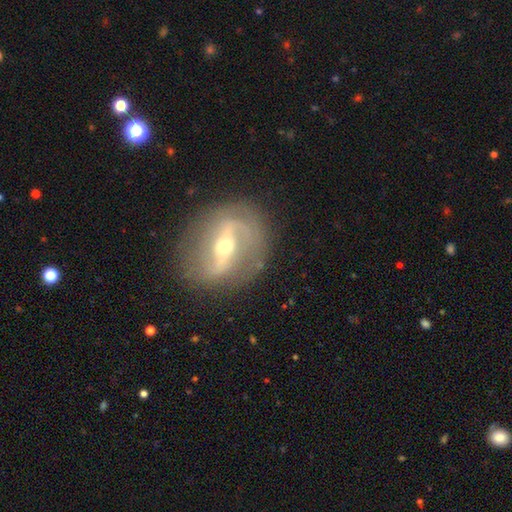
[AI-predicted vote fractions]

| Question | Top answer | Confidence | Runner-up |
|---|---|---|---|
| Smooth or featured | featured or disk | 82% | smooth (10%) |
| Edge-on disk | no | 90% | yes (10%) |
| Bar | strong | 63% | weak (26%) |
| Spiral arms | yes | 75% | no (25%) |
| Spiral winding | loose | 39% | medium (37%) |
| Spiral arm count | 2 | 80% | can't tell (10%) |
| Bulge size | moderate | 61% | small (33%) |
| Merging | none | 81% | minor disturbance (12%) |